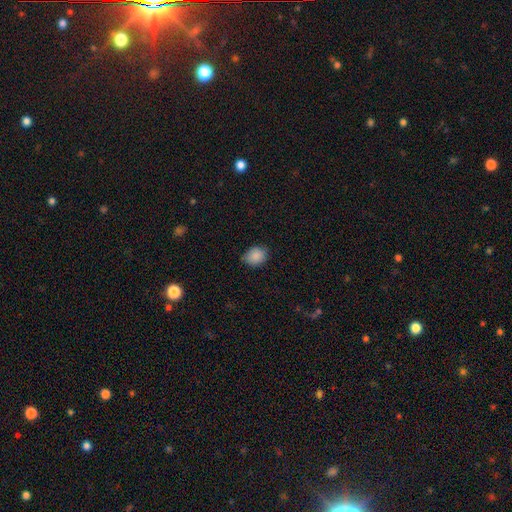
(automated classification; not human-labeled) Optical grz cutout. It shows a smooth galaxy with no disk features (88%) that is round (56%). Merging: none (73%).